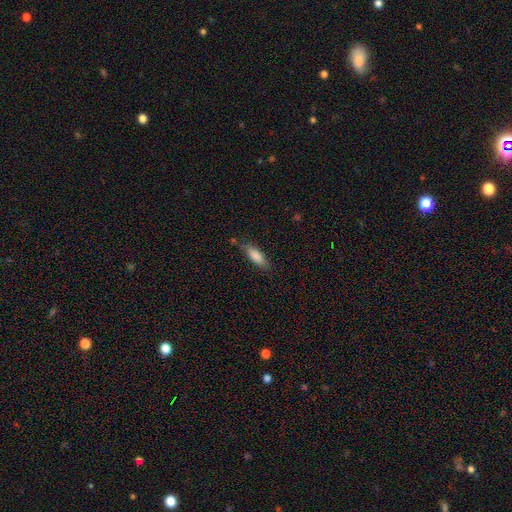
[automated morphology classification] Smooth or featured? Predicted: smooth (p=0.83). How rounded? Predicted: in between (p=0.58). Merging? Predicted: none (p=0.72).